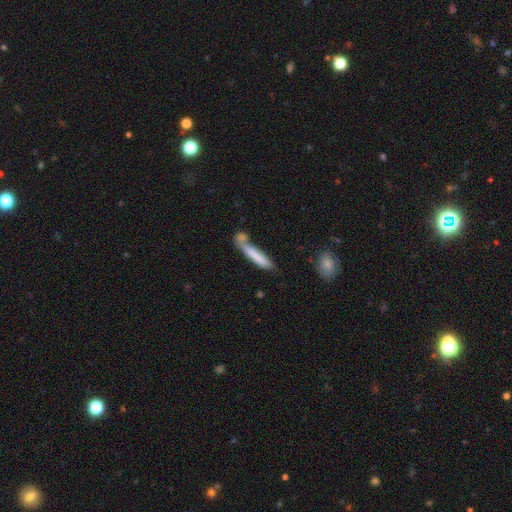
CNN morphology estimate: A smooth galaxy with no disk features (73%) that is cigar-shaped (89%).

Vote fractions:
- Smooth or featured? smooth: 73% / featured or disk: 20% / star or artifact: 6%
- How rounded? cigar-shaped: 89% / in between: 10% / round: 1%
- Merging? none: 44% / merger: 33% / minor disturbance: 15% / major disturbance: 7%